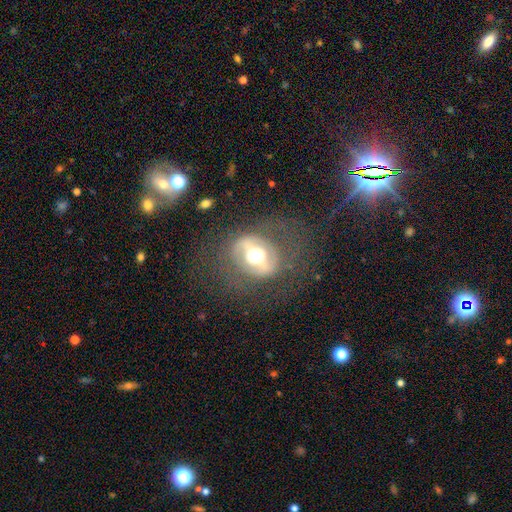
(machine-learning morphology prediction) A featured or disk galaxy (64%) with a strong bar (43%), no spiral arms (64%) and a moderate central bulge (47%).

Vote fractions:
- Smooth or featured? featured or disk: 64% / smooth: 27% / star or artifact: 9%
- Edge-on disk? no: 91% / yes: 9%
- Bar? strong: 43% / no: 30% / weak: 27%
- Spiral arms? no: 64% / yes: 36%
- Bulge size? moderate: 47% / large: 39% / dominant: 10% / small: 3% / none: 1%
- Merging? none: 69% / major disturbance: 16% / minor disturbance: 14% / merger: 1%